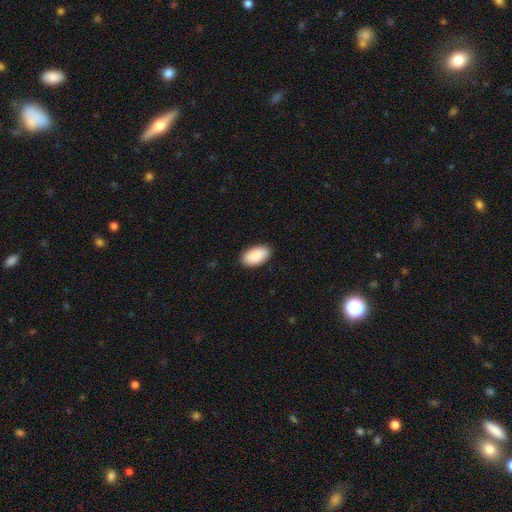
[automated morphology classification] smooth-or-featured: smooth: 92% | star or artifact: 5% | featured or disk: 3%
  how-rounded: in between: 96% | round: 2% | cigar-shaped: 2%
  merging: none: 89% | minor disturbance: 8% | major disturbance: 2% | merger: 1%